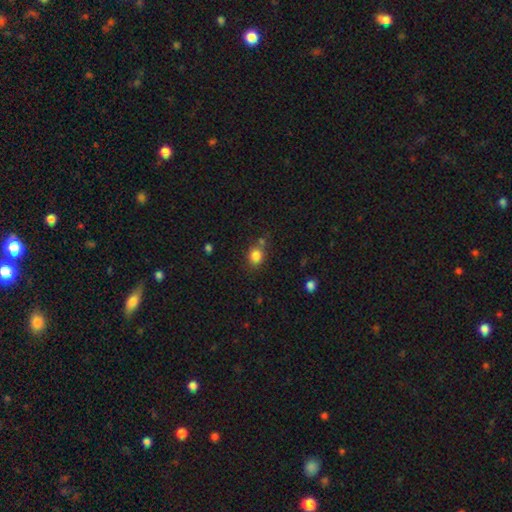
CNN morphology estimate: smooth-or-featured: smooth: 83% | star or artifact: 11% | featured or disk: 5%
  how-rounded: round: 69% | in between: 30% | cigar-shaped: 1%
  merging: none: 70% | minor disturbance: 14% | merger: 12% | major disturbance: 4%